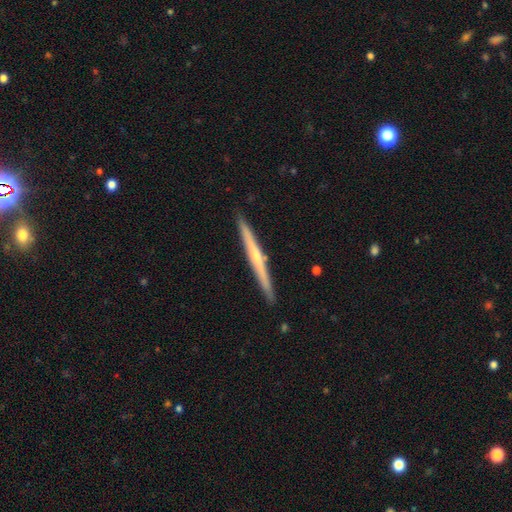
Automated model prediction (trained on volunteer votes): smooth_or_featured: featured or disk (p=0.71) [alt: smooth p=0.23]
disk_edge_on: yes (p=0.98) [alt: no p=0.02]
edge_on_bulge: rounded (p=0.64) [alt: none p=0.30]
merging: none (p=0.91) [alt: minor disturbance p=0.06]